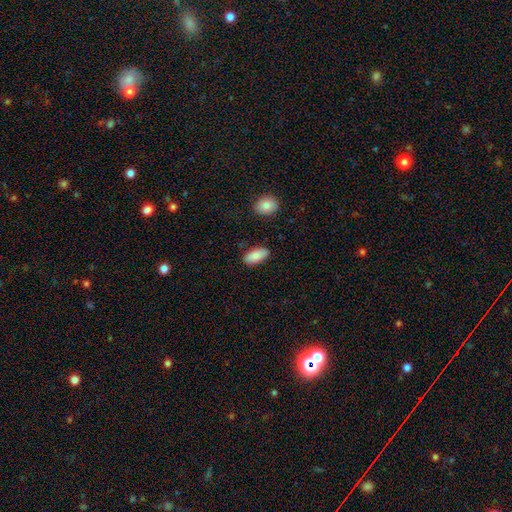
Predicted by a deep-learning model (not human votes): smooth_or_featured: smooth (p=0.88) [alt: featured or disk p=0.06]
how_rounded: in between (p=0.92) [alt: cigar-shaped p=0.06]
merging: none (p=0.87) [alt: minor disturbance p=0.09]